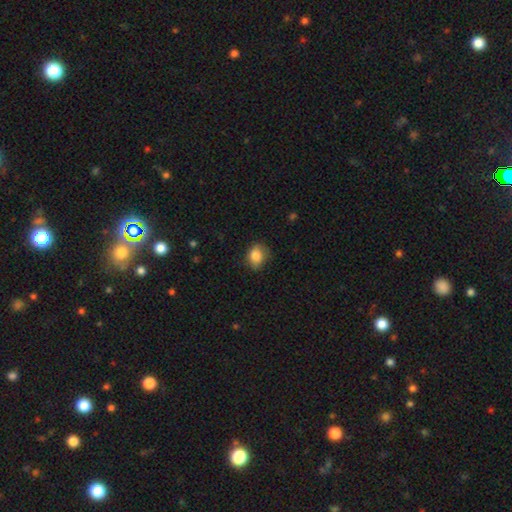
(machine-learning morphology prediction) Smooth or featured: smooth — 84% (star or artifact — 8%)
How rounded: in between — 55% (round — 44%)
Merging: none — 70% (minor disturbance — 23%)